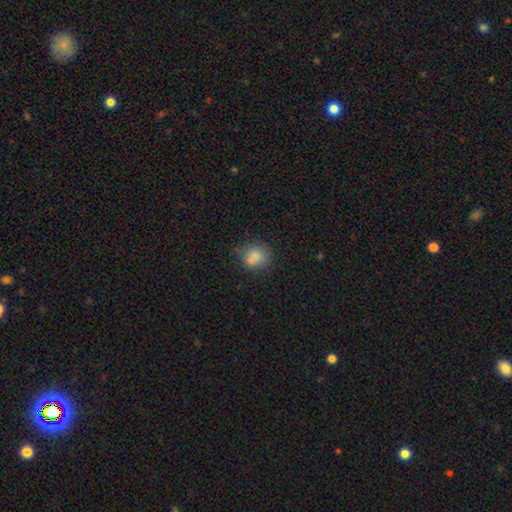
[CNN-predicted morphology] Smooth or featured?
  - smooth: 77% *
  - star or artifact: 12%
  - featured or disk: 11%
How rounded?
  - round: 76% *
  - in between: 23%
  - cigar-shaped: 1%
Merging?
  - none: 61% *
  - merger: 19%
  - minor disturbance: 15%
  - major disturbance: 5%